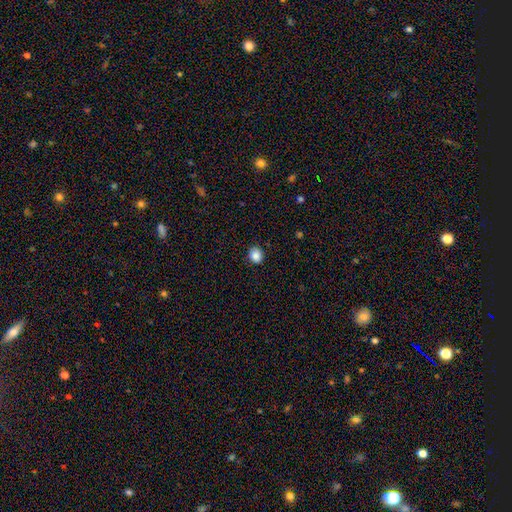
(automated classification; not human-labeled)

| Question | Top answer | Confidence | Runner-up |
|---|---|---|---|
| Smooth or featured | smooth | 87% | star or artifact (10%) |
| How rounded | round | 66% | in between (33%) |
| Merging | none | 88% | minor disturbance (9%) |